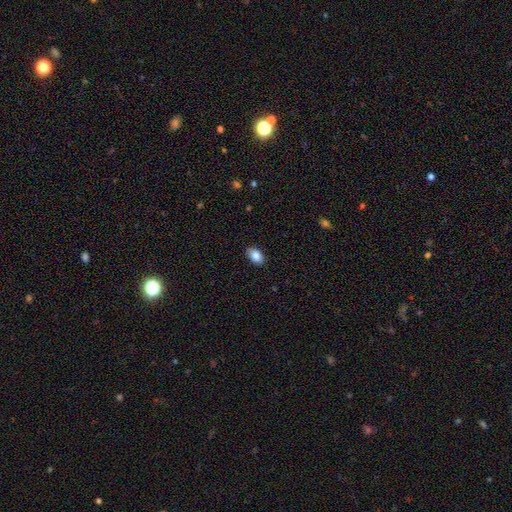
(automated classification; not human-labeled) smooth 85%, star or artifact 8%, featured or disk 7%. Down the decision tree: how rounded — in between (89%); merging — none (86%).